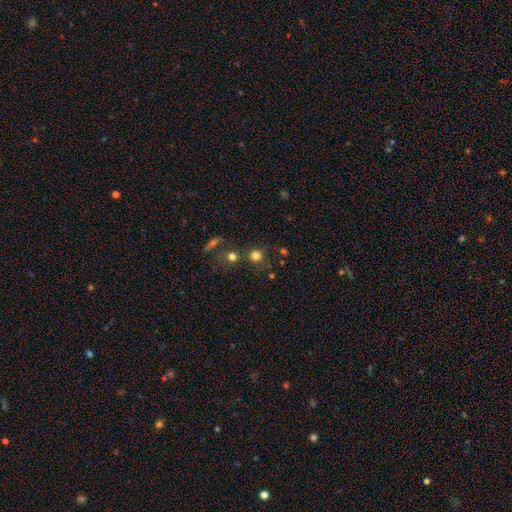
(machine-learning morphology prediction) This appears to be a smooth galaxy with no disk features (78%) that is round (91%). Merging: none (71%).